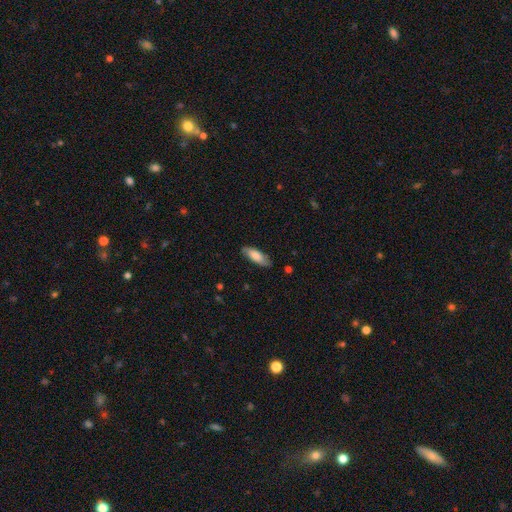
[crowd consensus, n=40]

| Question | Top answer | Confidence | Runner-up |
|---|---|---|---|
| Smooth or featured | smooth | 65% | featured or disk (32%) |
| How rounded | in between | 62% | cigar-shaped (38%) |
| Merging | none | 79% | minor disturbance (15%) |